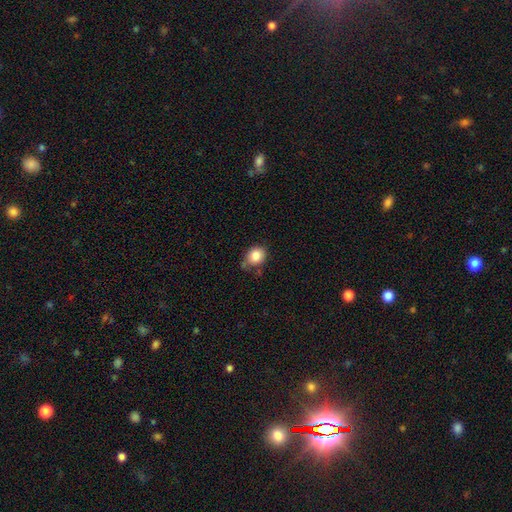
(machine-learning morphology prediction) The model was most divided on "merging": none: 63%, minor disturbance: 25%, merger: 7%, major disturbance: 5%. More confident: smooth or featured — smooth (84%); how rounded — round (70%).